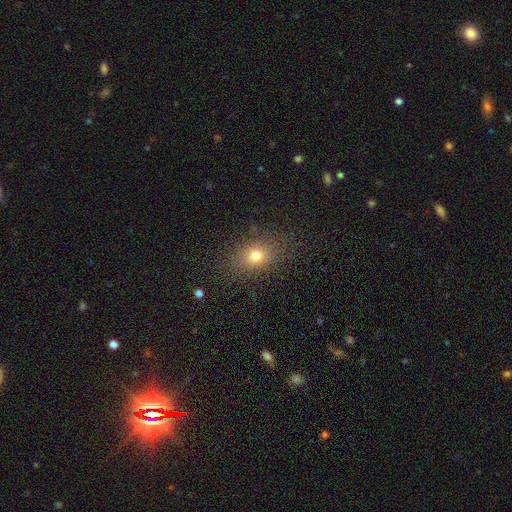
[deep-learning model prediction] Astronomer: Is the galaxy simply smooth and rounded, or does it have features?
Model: smooth — 75%.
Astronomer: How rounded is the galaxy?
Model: in between — 60% (runner-up: round, 37%).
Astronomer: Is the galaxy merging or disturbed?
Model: none — 82%.